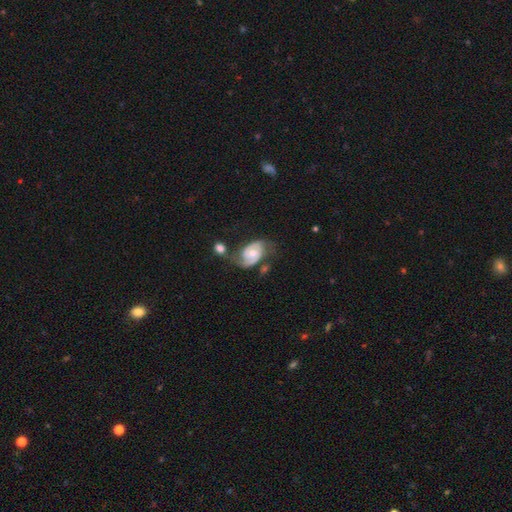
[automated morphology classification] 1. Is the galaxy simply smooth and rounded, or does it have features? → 81% featured or disk, 13% smooth, 6% star or artifact.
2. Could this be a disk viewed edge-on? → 97% no, 3% yes.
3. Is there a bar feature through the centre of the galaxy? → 67% no, 26% weak, 7% strong.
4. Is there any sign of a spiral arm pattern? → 93% yes, 7% no.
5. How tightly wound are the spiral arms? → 42% medium, 37% tight, 21% loose.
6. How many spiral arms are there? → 80% 2, 9% 1, 7% can't tell, 2% 3, 1% 4, 1% more than 4.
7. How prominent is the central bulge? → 58% moderate, 37% small, 3% large, 1% none, 1% dominant.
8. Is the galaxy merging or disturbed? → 46% none, 21% minor disturbance, 17% major disturbance, 16% merger.